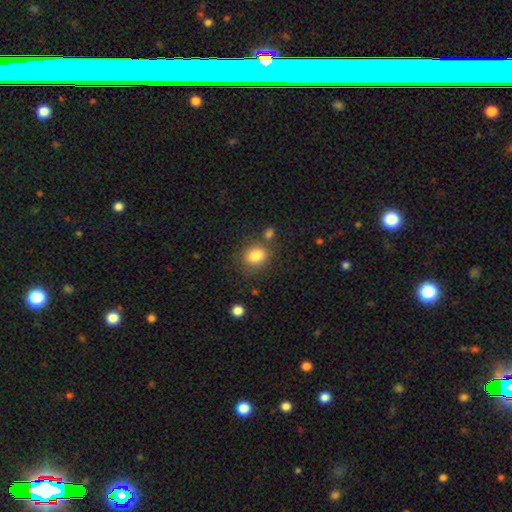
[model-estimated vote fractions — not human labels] smooth 84%, star or artifact 10%, featured or disk 7%. Down the decision tree: how rounded — round (58%); merging — none (70%).